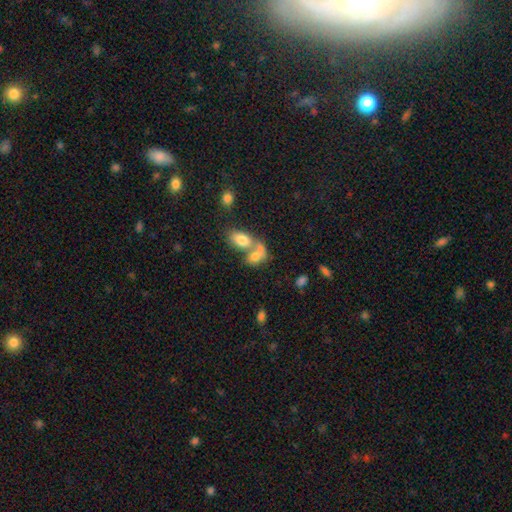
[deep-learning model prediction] Smooth or featured? smooth (73%)
How rounded? in between (79%)
Merging? merger (66%)